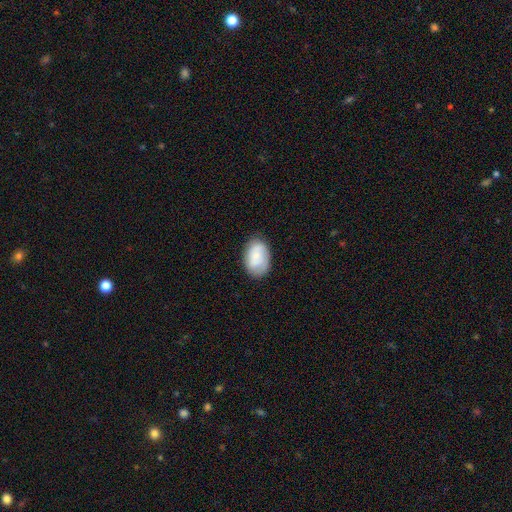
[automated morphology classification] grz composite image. It shows a smooth galaxy with no disk features (65%) that is in between round and cigar-shaped (86%). Merging: none (78%).